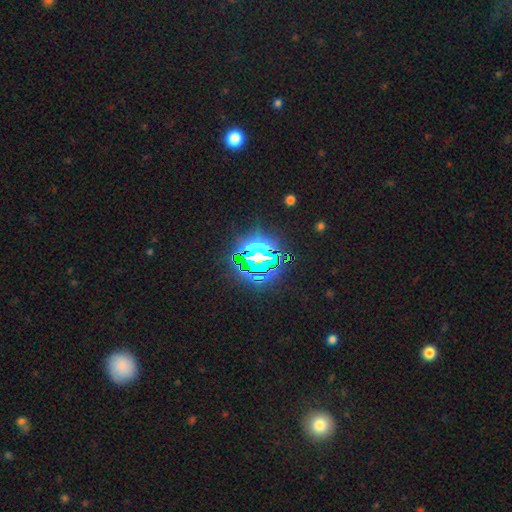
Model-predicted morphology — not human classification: The model was most divided on "smooth or featured": star or artifact: 75%, smooth: 16%, featured or disk: 10%.